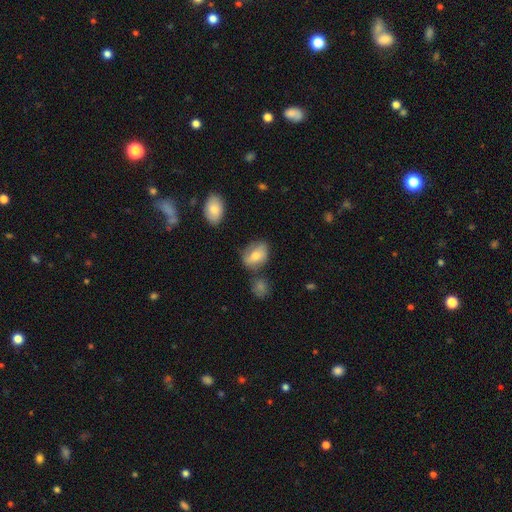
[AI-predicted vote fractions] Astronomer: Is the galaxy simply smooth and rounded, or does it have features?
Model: smooth — 66%.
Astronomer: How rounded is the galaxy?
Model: in between — 77%.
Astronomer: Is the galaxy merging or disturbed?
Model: none — 59%.